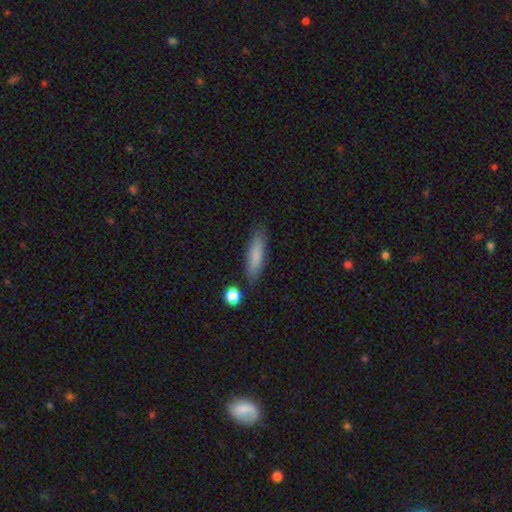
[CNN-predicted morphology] Smooth or featured: smooth — 81% (featured or disk — 12%)
How rounded: cigar-shaped — 68% (in between — 30%)
Merging: none — 82% (minor disturbance — 11%)